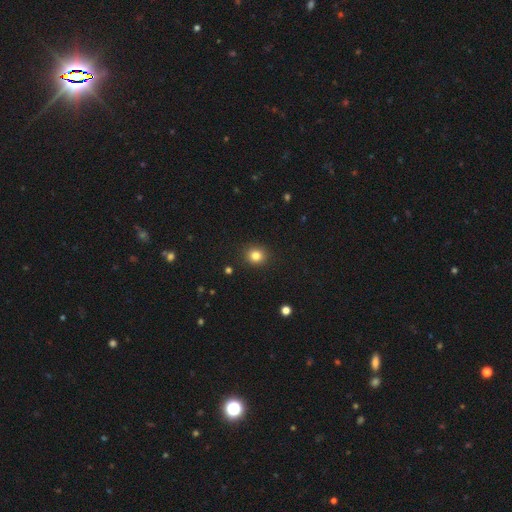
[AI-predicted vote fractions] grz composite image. It shows a smooth galaxy with no disk features (83%) that is round (85%). Merging: none (91%).